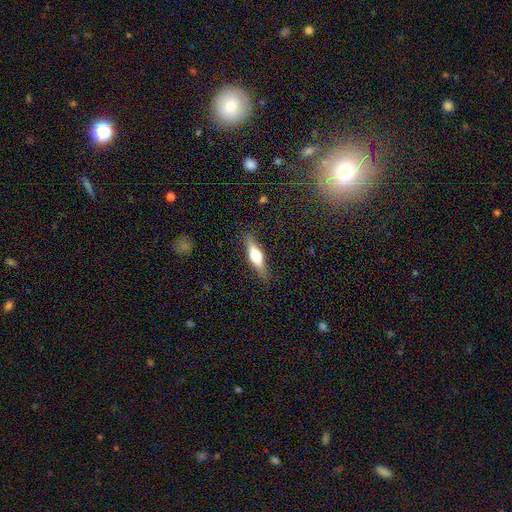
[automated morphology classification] Overall: smooth (47%; featured or disk 46%). Merging: none (86%).